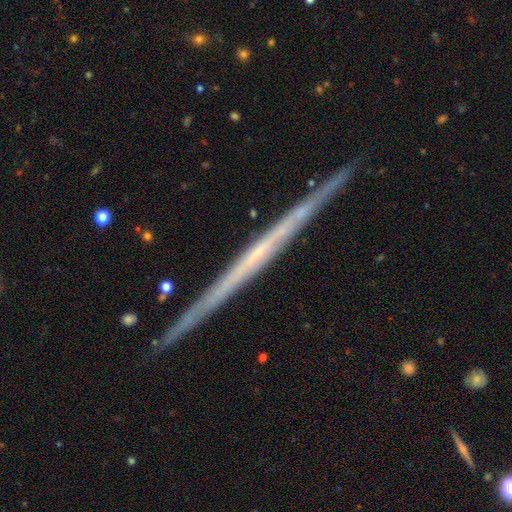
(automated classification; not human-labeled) A featured or disk galaxy (77%) viewed edge-on (98%) with no central bulge (84%). Merging: none (91%).